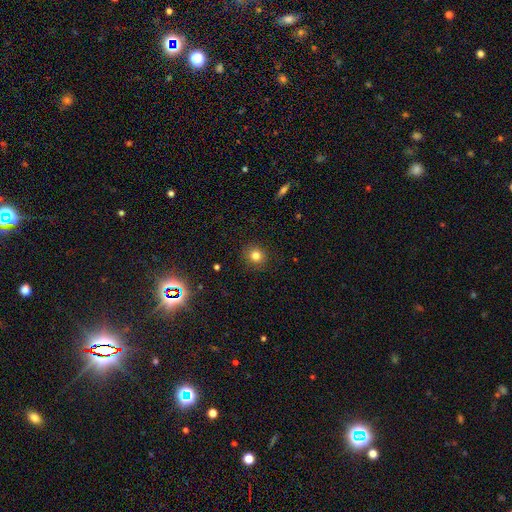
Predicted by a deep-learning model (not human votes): Smooth or featured?
  - smooth: 80% *
  - star or artifact: 13%
  - featured or disk: 7%
How rounded?
  - round: 88% *
  - in between: 11%
  - cigar-shaped: 1%
Merging?
  - none: 90% *
  - minor disturbance: 7%
  - major disturbance: 2%
  - merger: 1%